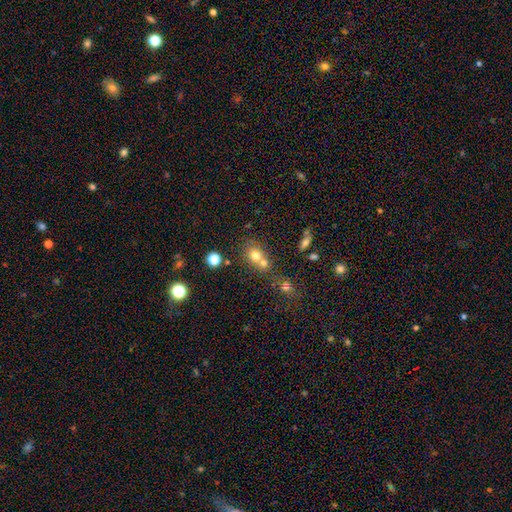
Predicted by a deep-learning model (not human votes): smooth-or-featured: smooth: 70% | star or artifact: 15% | featured or disk: 14%
  how-rounded: round: 70% | in between: 29% | cigar-shaped: 1%
  merging: merger: 50% | none: 39% | minor disturbance: 8% | major disturbance: 4%